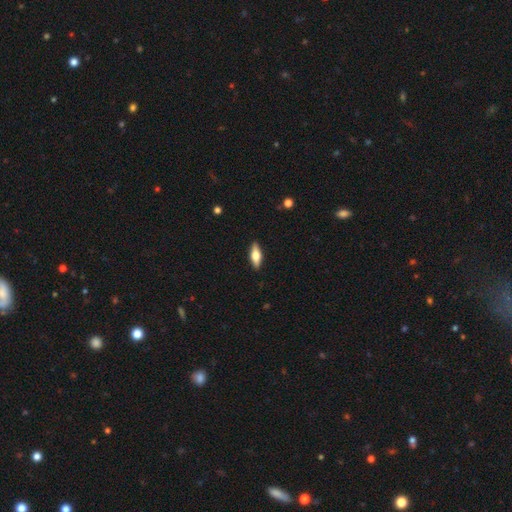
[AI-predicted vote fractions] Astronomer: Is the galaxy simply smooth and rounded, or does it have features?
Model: smooth — 52% (runner-up: featured or disk, 43%).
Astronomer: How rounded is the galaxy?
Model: in between — 58% (runner-up: cigar-shaped, 39%).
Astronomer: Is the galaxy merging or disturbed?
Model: none — 90%.